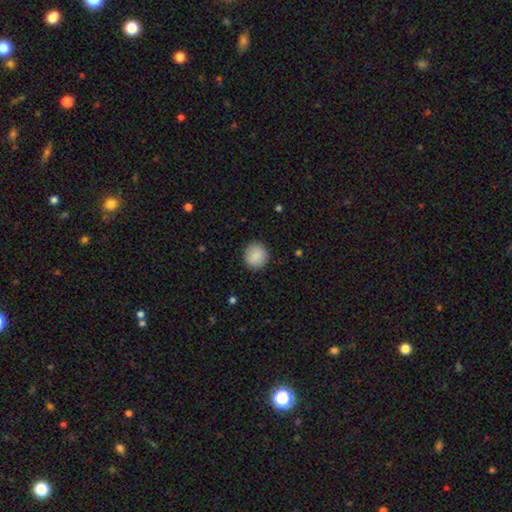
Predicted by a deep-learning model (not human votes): smooth 89%, star or artifact 7%, featured or disk 4%. Down the decision tree: how rounded — round (88%); merging — none (90%).